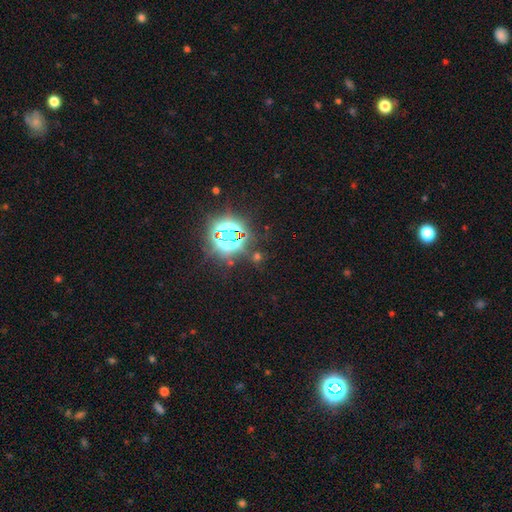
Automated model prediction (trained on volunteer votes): This is likely a star or artifact rather than a galaxy (78%).